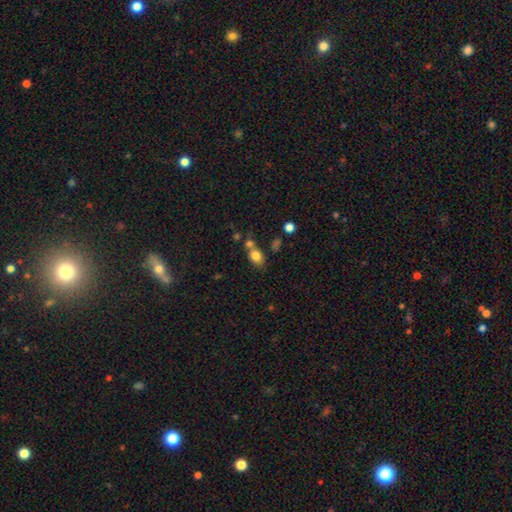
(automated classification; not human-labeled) A smooth galaxy with no disk features (80%) that is in between round and cigar-shaped (68%). Merging: none (48%).